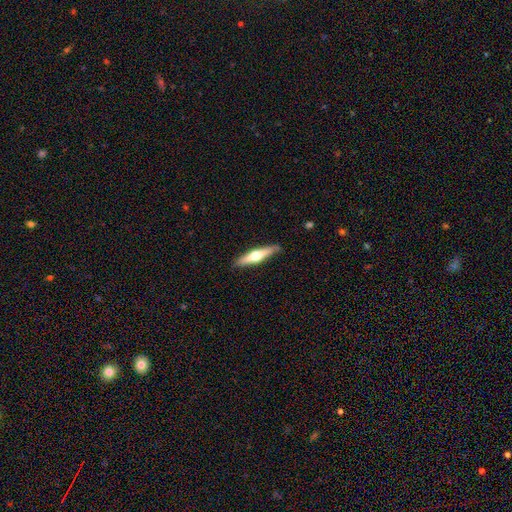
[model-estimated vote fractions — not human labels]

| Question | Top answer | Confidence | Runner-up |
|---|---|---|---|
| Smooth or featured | featured or disk | 57% | smooth (38%) |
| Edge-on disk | yes | 95% | no (5%) |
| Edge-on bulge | rounded | 93% | none (3%) |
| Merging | none | 88% | minor disturbance (9%) |